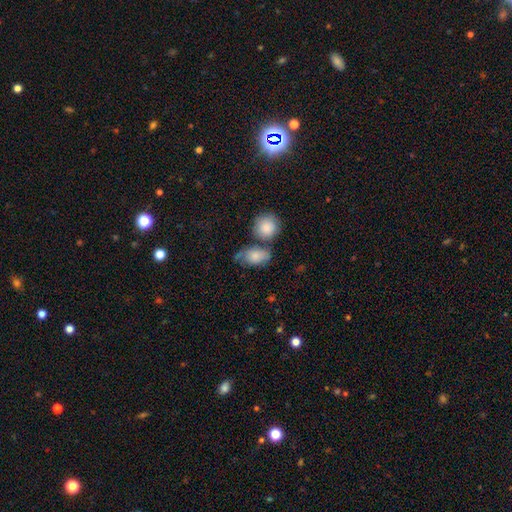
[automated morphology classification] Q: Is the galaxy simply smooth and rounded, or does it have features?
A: smooth — 79%.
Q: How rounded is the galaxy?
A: in between — 79%.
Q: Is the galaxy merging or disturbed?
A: none — 39%.